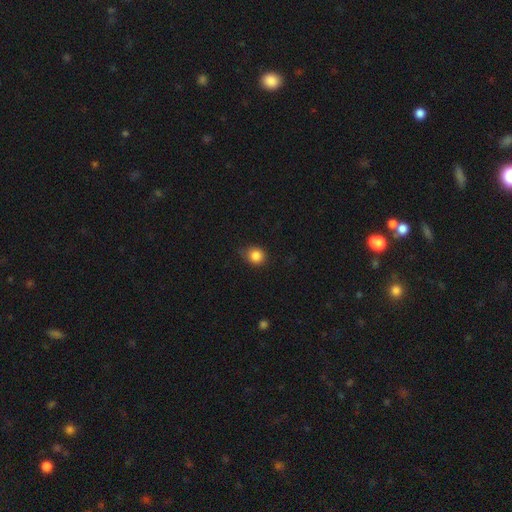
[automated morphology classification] smooth 84%, star or artifact 10%, featured or disk 5%. Down the decision tree: how rounded — round (75%); merging — none (72%).